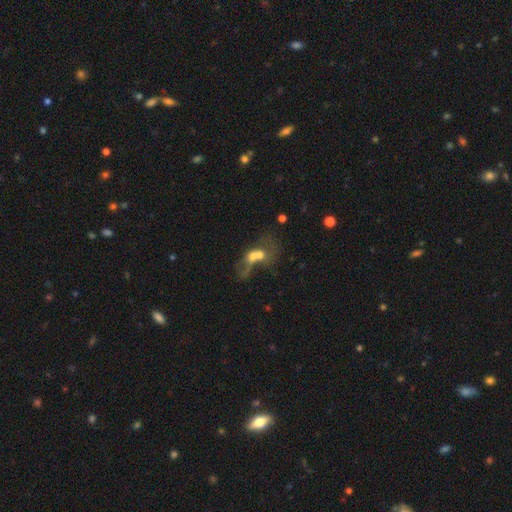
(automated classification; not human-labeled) Overall: smooth (48%; featured or disk 40%). Merging: merger (73%).